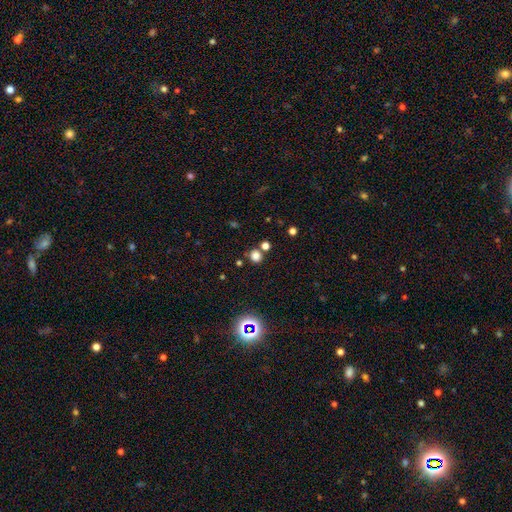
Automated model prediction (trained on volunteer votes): This appears to be a smooth galaxy with no disk features (72%) that is round (86%). Merging: none (75%).